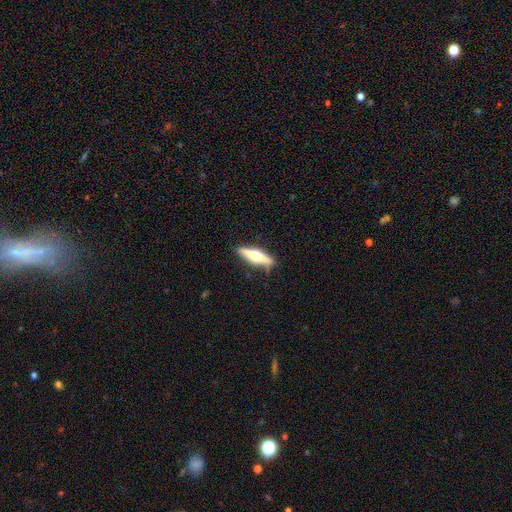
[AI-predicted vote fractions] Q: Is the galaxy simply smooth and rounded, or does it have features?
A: featured or disk — 57%.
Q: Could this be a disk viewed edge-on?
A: yes — 94%.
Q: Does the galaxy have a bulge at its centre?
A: rounded — 91%.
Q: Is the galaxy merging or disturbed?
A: none — 80%.